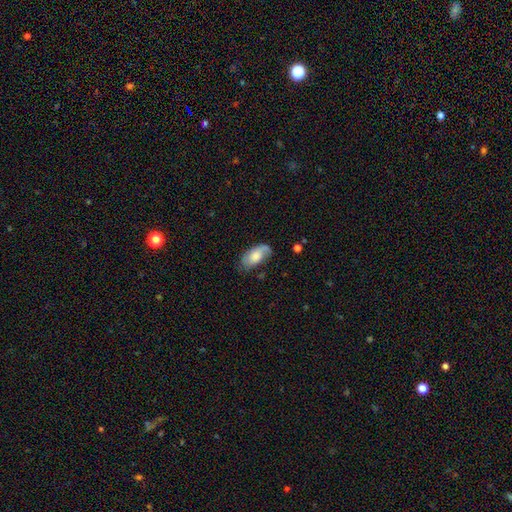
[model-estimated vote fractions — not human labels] Smooth or featured?
  - smooth: 55% *
  - featured or disk: 38%
  - star or artifact: 7%
How rounded?
  - in between: 92% *
  - cigar-shaped: 4%
  - round: 4%
Merging?
  - none: 60% *
  - minor disturbance: 27%
  - major disturbance: 11%
  - merger: 2%